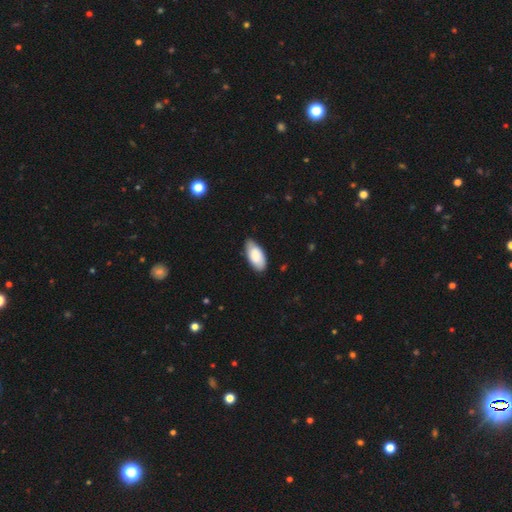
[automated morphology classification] Q: Smooth or featured?
A: smooth (83%); runner-up: featured or disk (11%)
Q: How rounded?
A: in between (93%); runner-up: cigar-shaped (5%)
Q: Merging?
A: none (77%); runner-up: minor disturbance (19%)